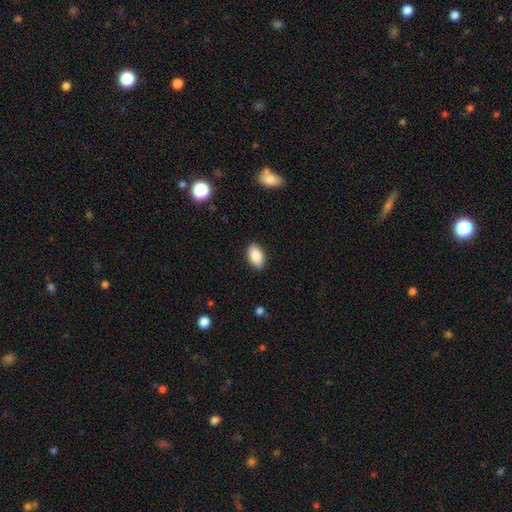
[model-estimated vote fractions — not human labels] Morphology: type=smooth (86%); roundness=in between (93%); merging=none (88%).